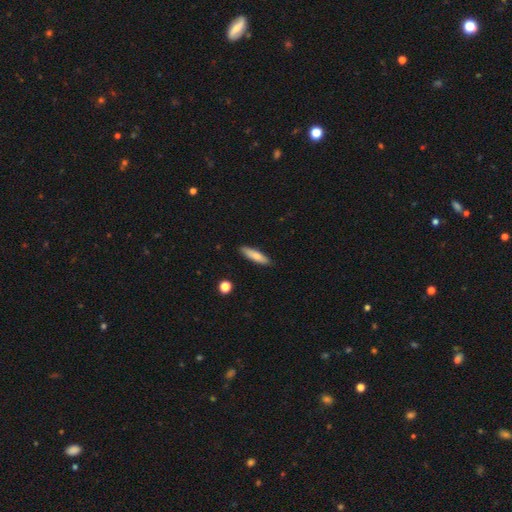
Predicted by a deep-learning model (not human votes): smooth-or-featured: smooth: 77% | featured or disk: 17% | star or artifact: 6%
  how-rounded: cigar-shaped: 73% | in between: 26% | round: 2%
  merging: none: 88% | minor disturbance: 9% | major disturbance: 2% | merger: 1%